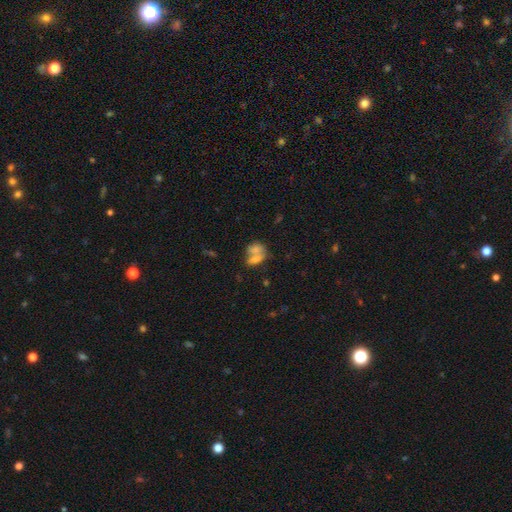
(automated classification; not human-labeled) This appears to be a smooth galaxy with no disk features (73%) that is in between round and cigar-shaped (70%). Merging: merger (62%).